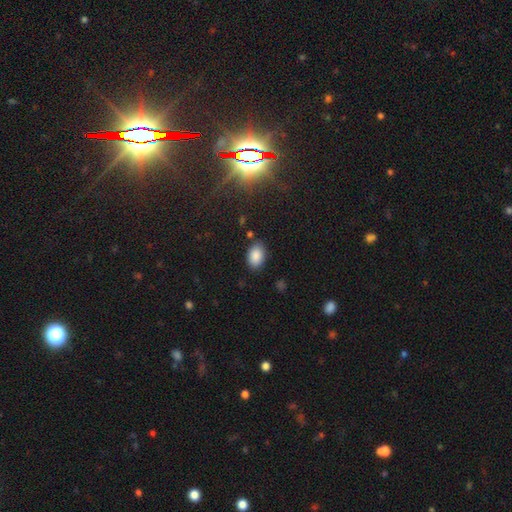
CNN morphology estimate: smooth-or-featured: smooth: 88% | star or artifact: 8% | featured or disk: 4%
  how-rounded: in between: 88% | round: 10% | cigar-shaped: 1%
  merging: none: 84% | minor disturbance: 11% | major disturbance: 3% | merger: 2%